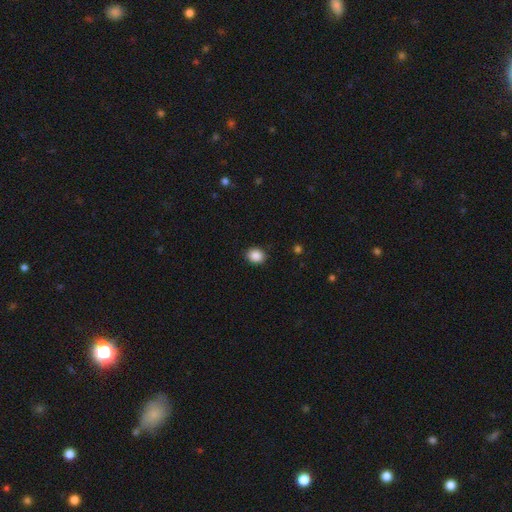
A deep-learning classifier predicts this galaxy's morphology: smooth-or-featured: smooth: 88% | star or artifact: 9% | featured or disk: 3%
  how-rounded: round: 64% | in between: 35% | cigar-shaped: 1%
  merging: none: 90% | minor disturbance: 7% | major disturbance: 2% | merger: 1%